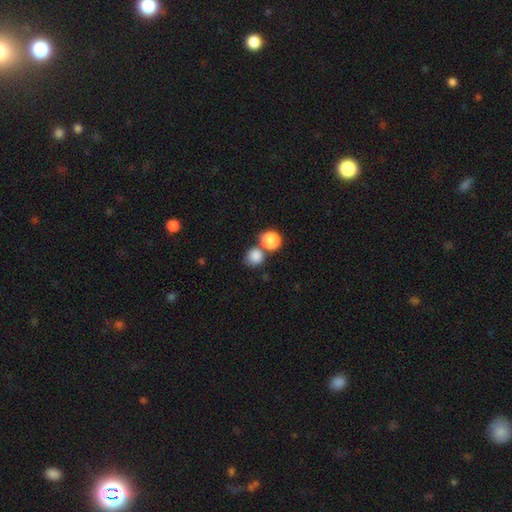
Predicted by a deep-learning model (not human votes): This is clearly a smooth galaxy (85%). How rounded: clearly round (84%). Merging: possibly none (53%).